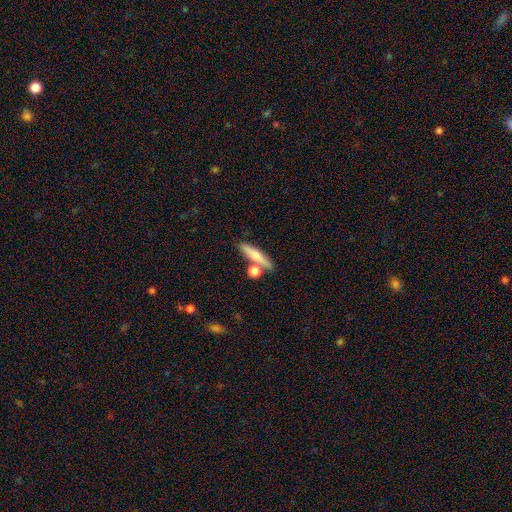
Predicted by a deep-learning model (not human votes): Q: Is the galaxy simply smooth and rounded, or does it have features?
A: smooth — 66%.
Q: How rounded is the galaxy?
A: cigar-shaped — 74%.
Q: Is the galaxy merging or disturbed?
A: none — 67%.